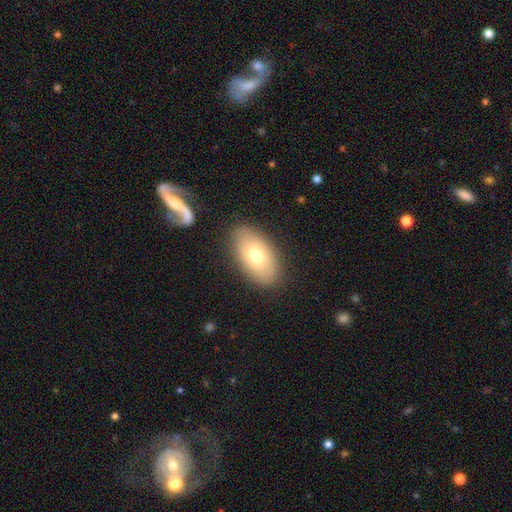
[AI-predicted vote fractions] A smooth galaxy with no disk features (69%) that is in between round and cigar-shaped (92%).

Vote fractions:
- Smooth or featured? smooth: 69% / featured or disk: 24% / star or artifact: 8%
- How rounded? in between: 92% / round: 6% / cigar-shaped: 2%
- Merging? none: 84% / minor disturbance: 11% / major disturbance: 3% / merger: 2%